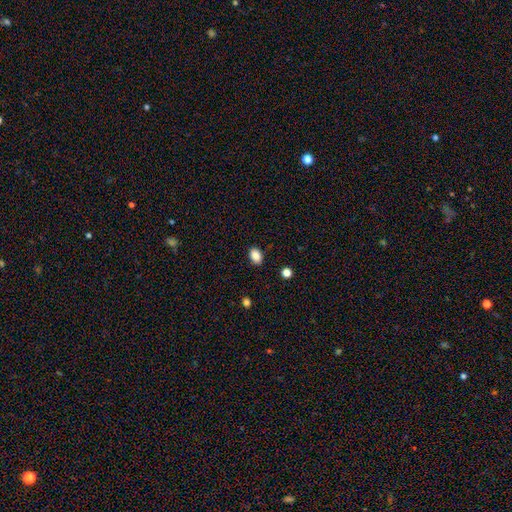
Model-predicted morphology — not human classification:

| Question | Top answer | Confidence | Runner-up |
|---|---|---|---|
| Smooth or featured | smooth | 86% | star or artifact (9%) |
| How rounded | in between | 81% | round (18%) |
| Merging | none | 87% | minor disturbance (10%) |